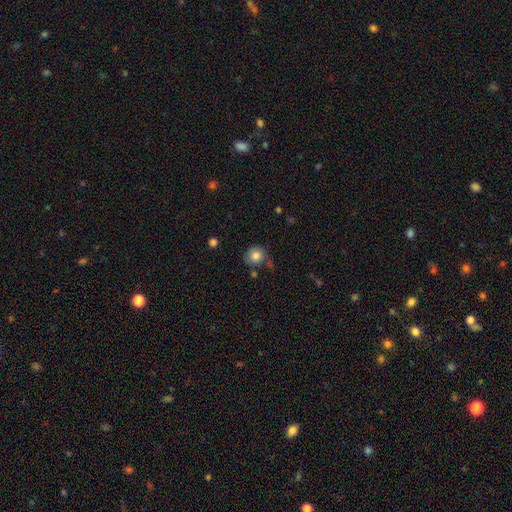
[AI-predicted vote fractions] smooth-or-featured: smooth: 82% | star or artifact: 9% | featured or disk: 9%
  how-rounded: round: 83% | in between: 16% | cigar-shaped: 1%
  merging: none: 61% | minor disturbance: 23% | major disturbance: 9% | merger: 7%